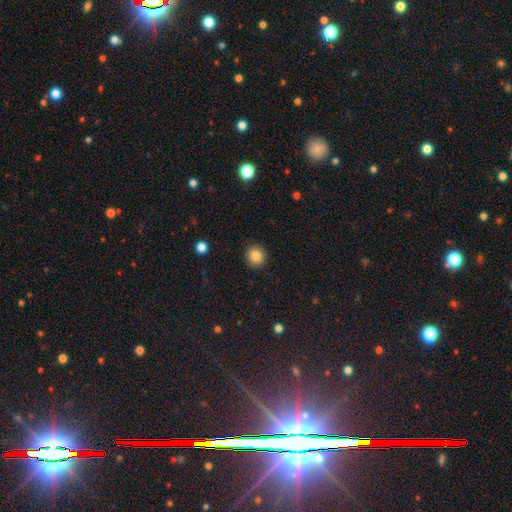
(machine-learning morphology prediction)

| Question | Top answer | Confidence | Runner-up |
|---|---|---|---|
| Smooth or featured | smooth | 84% | star or artifact (10%) |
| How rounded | round | 90% | in between (9%) |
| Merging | none | 91% | minor disturbance (6%) |